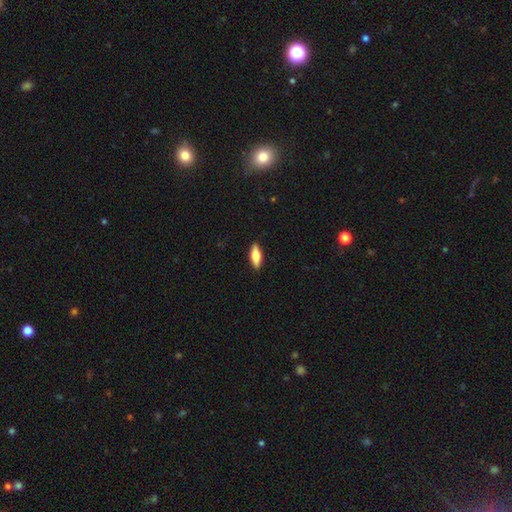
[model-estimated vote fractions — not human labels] Smooth or featured? smooth (69%)
How rounded? in between (61%)
Merging? none (89%)